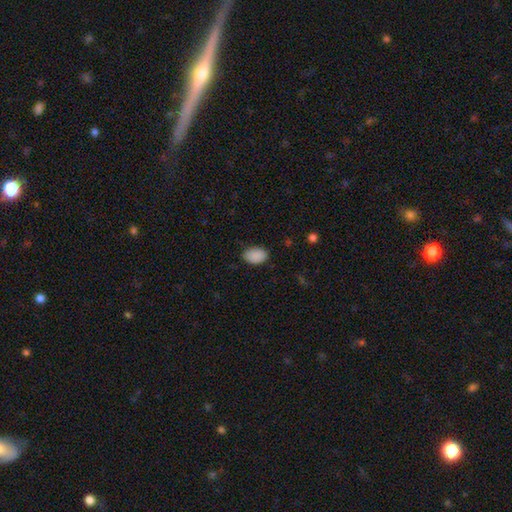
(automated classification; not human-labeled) Smooth or featured? smooth (90%)
How rounded? in between (86%)
Merging? none (83%)